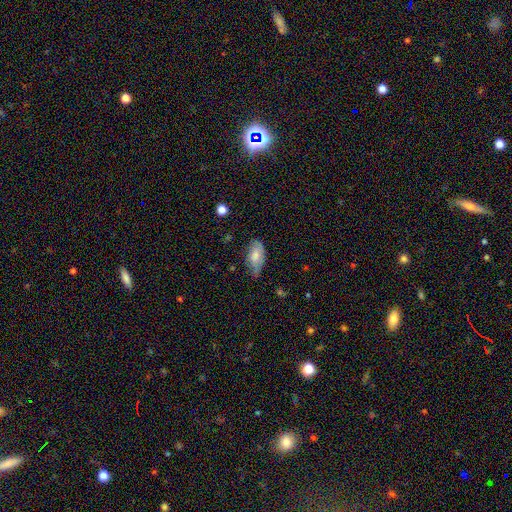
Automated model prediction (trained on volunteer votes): Smooth or featured? smooth (69%)
How rounded? in between (91%)
Merging? none (48%)